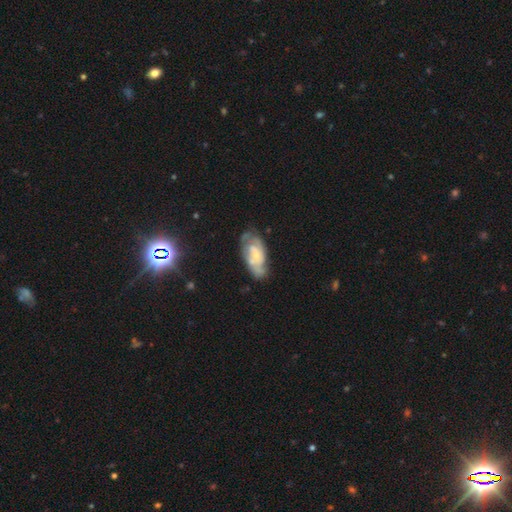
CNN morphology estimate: Q: Smooth or featured?
A: featured or disk (71%); runner-up: smooth (23%)
Q: Edge-on disk?
A: no (94%); runner-up: yes (6%)
Q: Bar?
A: no (66%); runner-up: weak (29%)
Q: Spiral arms?
A: yes (81%); runner-up: no (19%)
Q: Spiral winding?
A: tight (50%); runner-up: medium (37%)
Q: Spiral arm count?
A: can't tell (40%); runner-up: 2 (39%)
Q: Bulge size?
A: small (58%); runner-up: moderate (34%)
Q: Merging?
A: none (58%); runner-up: minor disturbance (27%)